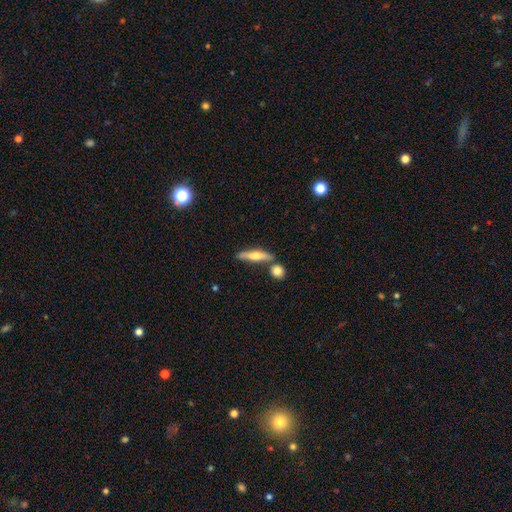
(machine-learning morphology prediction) smooth_or_featured: smooth (p=0.51) [alt: featured or disk p=0.43]
how_rounded: cigar-shaped (p=0.79) [alt: in between p=0.18]
merging: none (p=0.69) [alt: merger p=0.16]